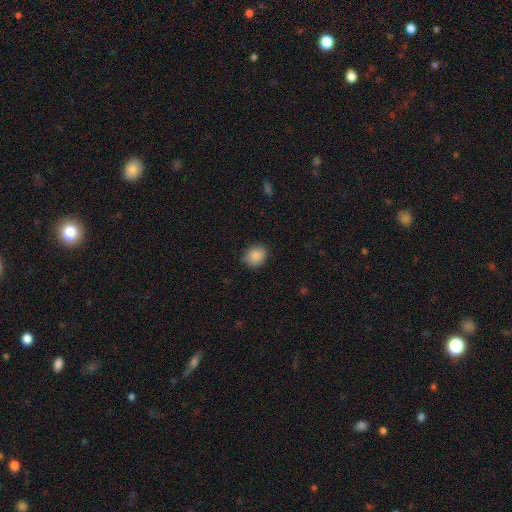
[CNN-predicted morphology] Smooth or featured? smooth (88%)
How rounded? round (61%)
Merging? none (79%)